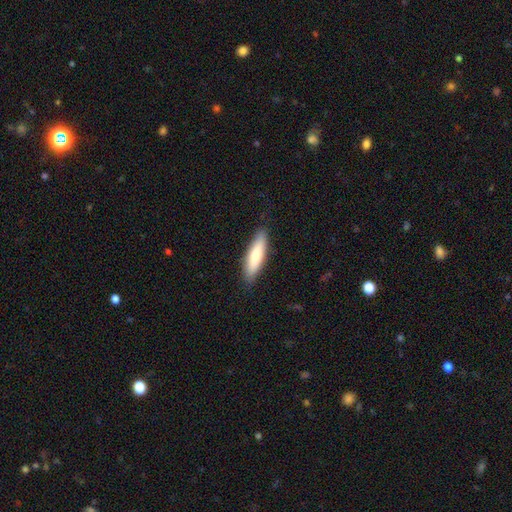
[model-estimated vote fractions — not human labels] smooth_or_featured: smooth (p=0.77) [alt: featured or disk p=0.18]
how_rounded: cigar-shaped (p=0.66) [alt: in between p=0.33]
merging: none (p=0.87) [alt: minor disturbance p=0.10]